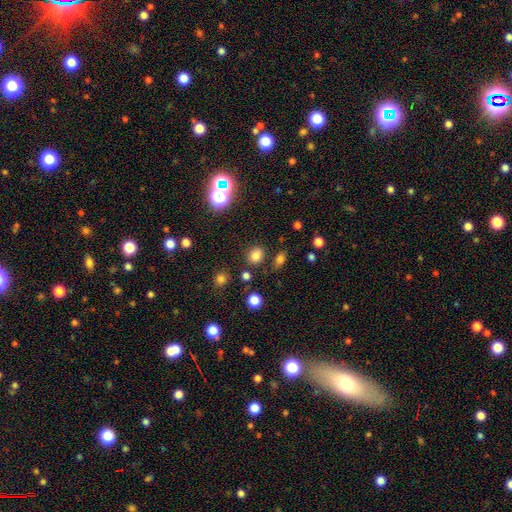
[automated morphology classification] Q: Smooth or featured?
A: smooth (77%); runner-up: star or artifact (17%)
Q: How rounded?
A: round (67%); runner-up: in between (32%)
Q: Merging?
A: none (81%); runner-up: minor disturbance (10%)